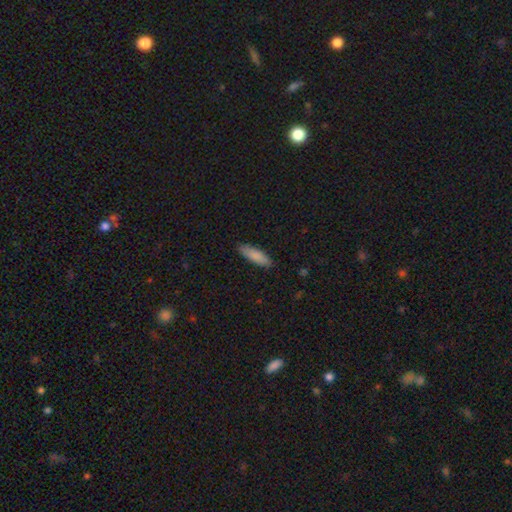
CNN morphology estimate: Smooth or featured? smooth (86%)
How rounded? cigar-shaped (55%)
Merging? none (88%)